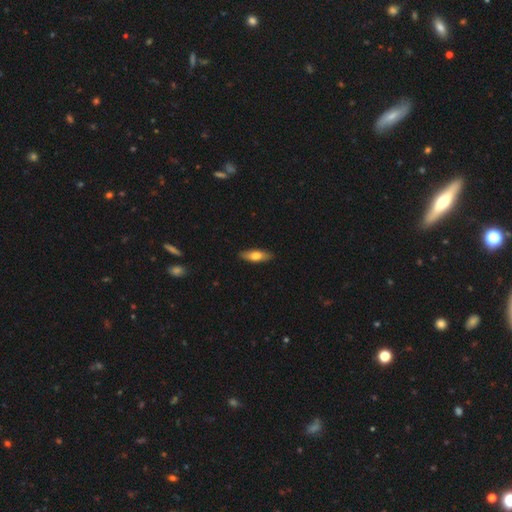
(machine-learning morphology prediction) A smooth galaxy with no disk features (68%) that is in between round and cigar-shaped (59%). Merging: none (89%).